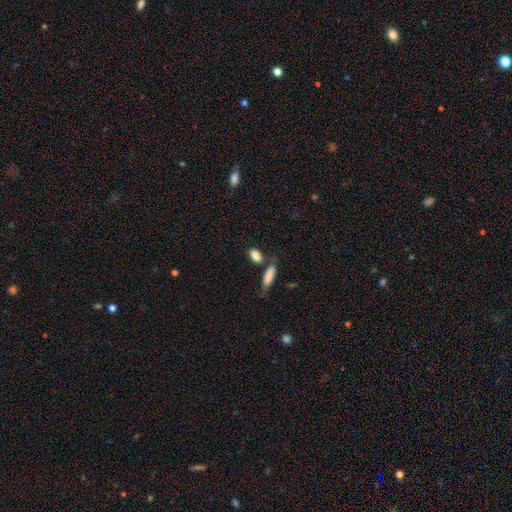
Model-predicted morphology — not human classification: Smooth or featured?
  - smooth: 86% *
  - featured or disk: 7%
  - star or artifact: 7%
How rounded?
  - in between: 82% *
  - cigar-shaped: 11%
  - round: 6%
Merging?
  - none: 63% *
  - merger: 18%
  - minor disturbance: 14%
  - major disturbance: 5%